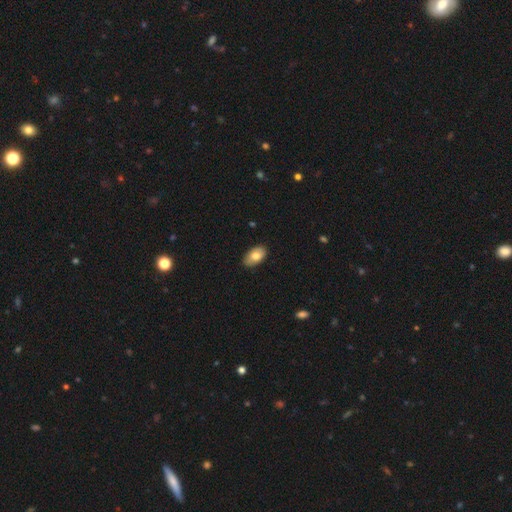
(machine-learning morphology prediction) Smooth or featured? Predicted: smooth (p=0.78). How rounded? Predicted: in between (p=0.93). Merging? Predicted: none (p=0.85).